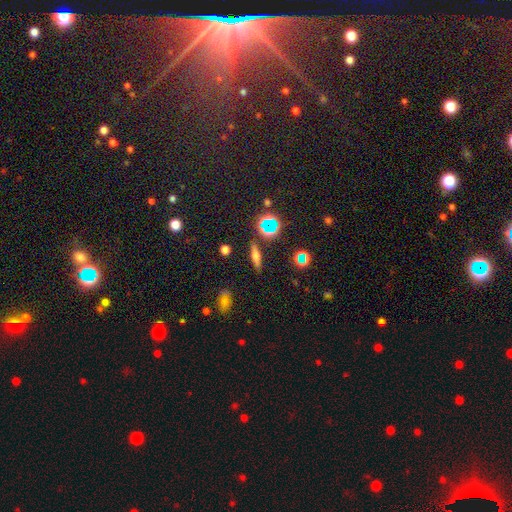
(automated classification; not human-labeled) Morphology: type=featured or disk (44%); merging=none (87%).